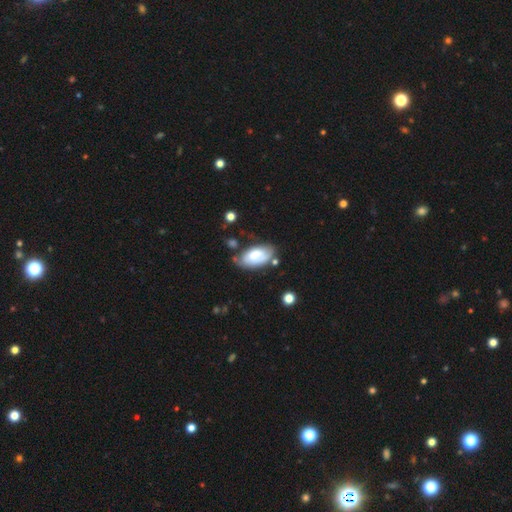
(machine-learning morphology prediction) The model was most divided on "merging": none: 55%, minor disturbance: 28%, major disturbance: 9%, merger: 8%. More confident: how rounded — in between (95%); smooth or featured — smooth (67%).